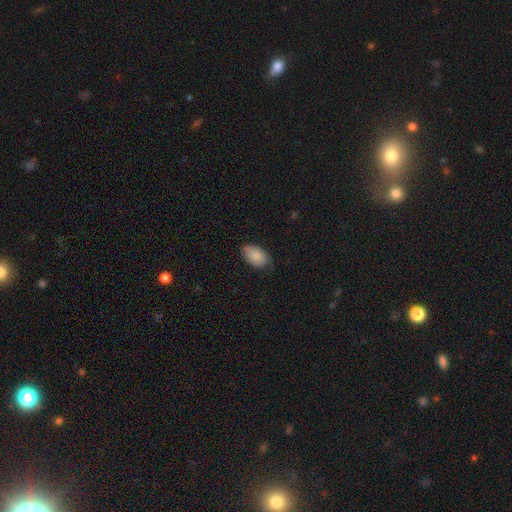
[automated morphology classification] This is clearly a smooth galaxy (86%). How rounded: clearly in between (93%). Merging: likely none (73%).